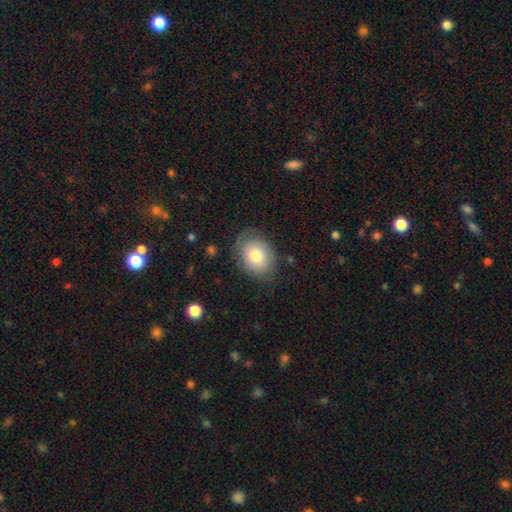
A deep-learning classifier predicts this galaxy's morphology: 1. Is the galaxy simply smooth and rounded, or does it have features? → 69% smooth, 23% featured or disk, 8% star or artifact.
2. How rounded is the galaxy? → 61% in between, 38% round, 1% cigar-shaped.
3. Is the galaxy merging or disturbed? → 69% none, 21% minor disturbance, 8% major disturbance, 1% merger.